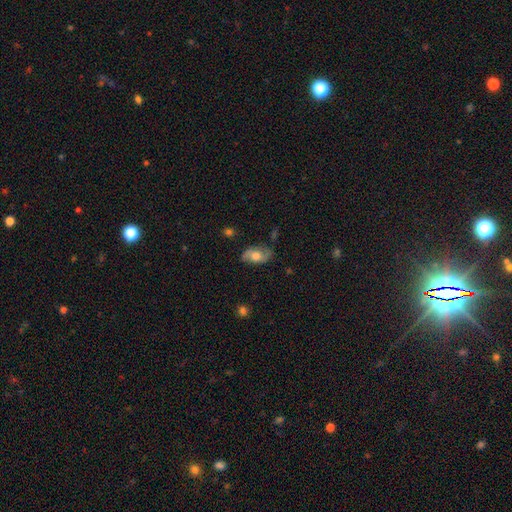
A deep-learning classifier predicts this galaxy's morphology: Q: Smooth or featured?
A: smooth (46%); tied with: featured or disk (46%)
Q: Merging?
A: none (72%); runner-up: minor disturbance (21%)